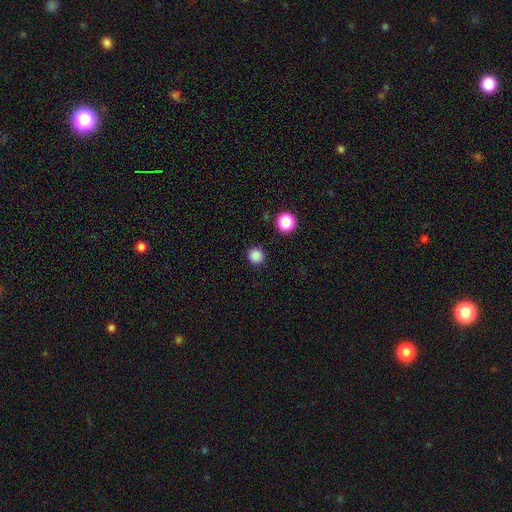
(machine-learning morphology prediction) smooth-or-featured: smooth: 85% | star or artifact: 12% | featured or disk: 3%
  how-rounded: round: 94% | in between: 5% | cigar-shaped: 1%
  merging: none: 91% | minor disturbance: 6% | major disturbance: 2% | merger: 2%